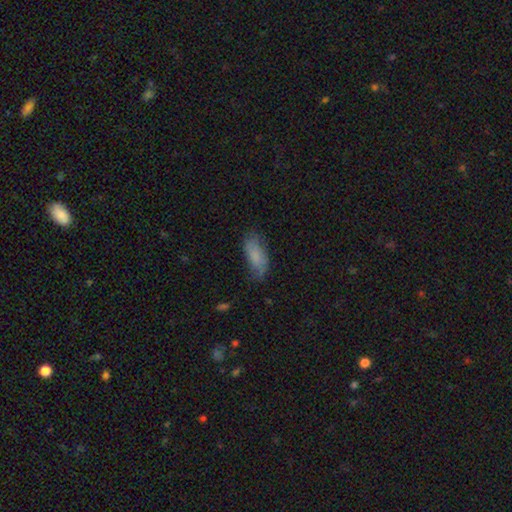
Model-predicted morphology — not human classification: type=smooth (78%); roundness=in between (80%); merging=none (62%).